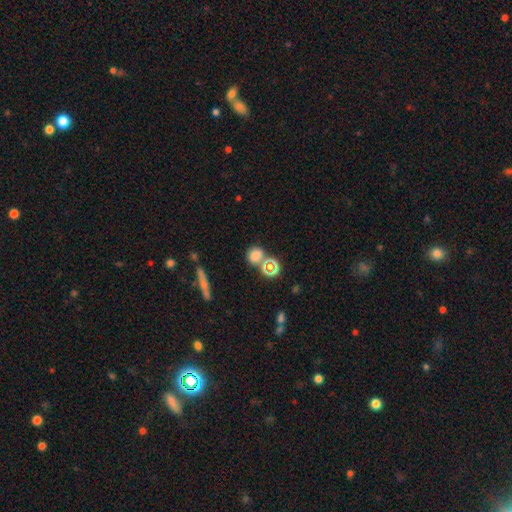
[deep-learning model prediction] Smooth or featured? smooth (72%)
How rounded? round (68%)
Merging? none (64%)